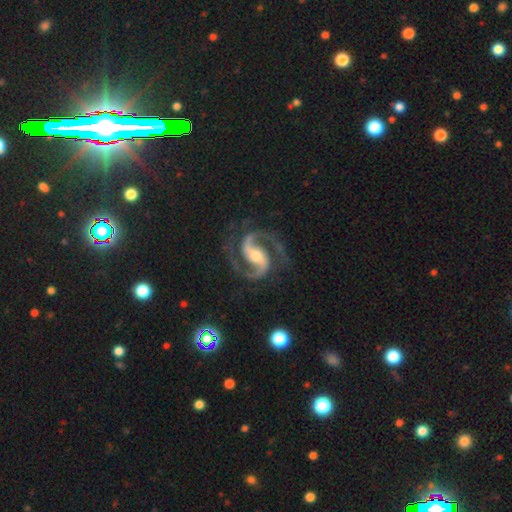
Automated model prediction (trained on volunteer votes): Smooth or featured: featured or disk — 94% (star or artifact — 4%)
Edge-on disk: no — 98% (yes — 2%)
Bar: strong — 42% (weak — 37%)
Spiral arms: yes — 99% (no — 1%)
Spiral winding: medium — 68% (tight — 18%)
Spiral arm count: 2 — 94% (3 — 2%)
Bulge size: moderate — 63% (small — 26%)
Merging: none — 79% (minor disturbance — 13%)